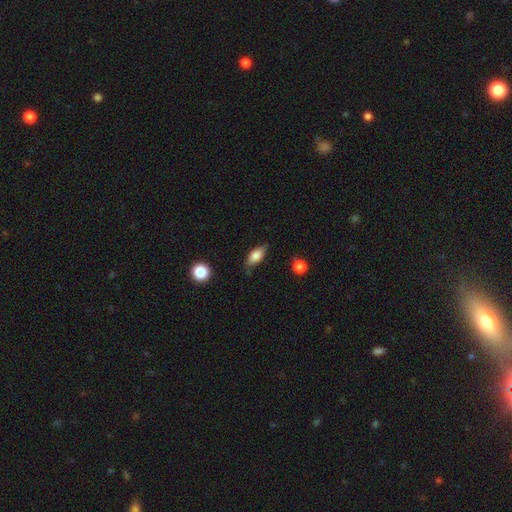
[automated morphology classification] This appears to be a smooth galaxy with no disk features (70%) that is in between round and cigar-shaped (81%). Merging: none (74%).